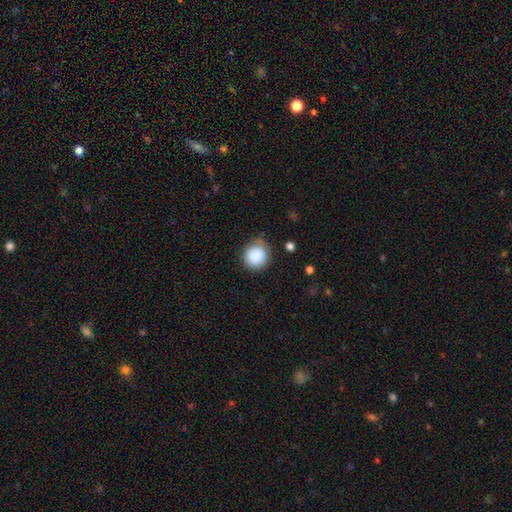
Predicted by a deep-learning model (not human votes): Smooth or featured? smooth (88%)
How rounded? round (89%)
Merging? none (79%)